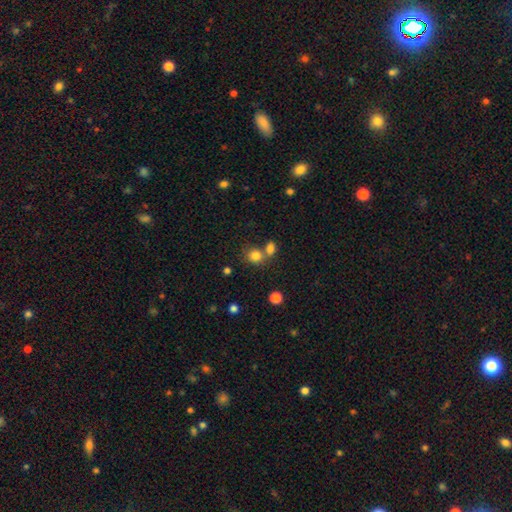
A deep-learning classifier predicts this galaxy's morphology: Overall: smooth (80%). How rounded: round (72%). Merging: none (50%; merger 36%).